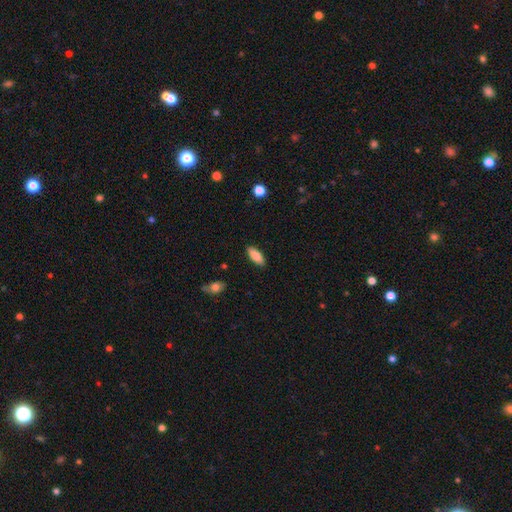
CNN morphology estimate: Smooth or featured? Predicted: smooth (p=0.87). How rounded? Predicted: in between (p=0.77). Merging? Predicted: none (p=0.87).